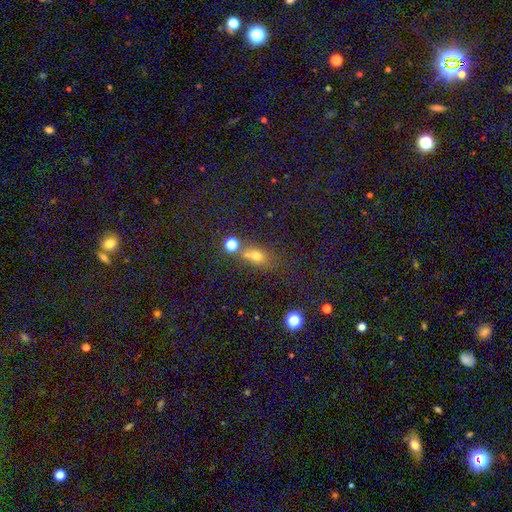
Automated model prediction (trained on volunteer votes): A smooth galaxy with no disk features (65%) that is in between round and cigar-shaped (47%, tied with round). Merging: none (43%).